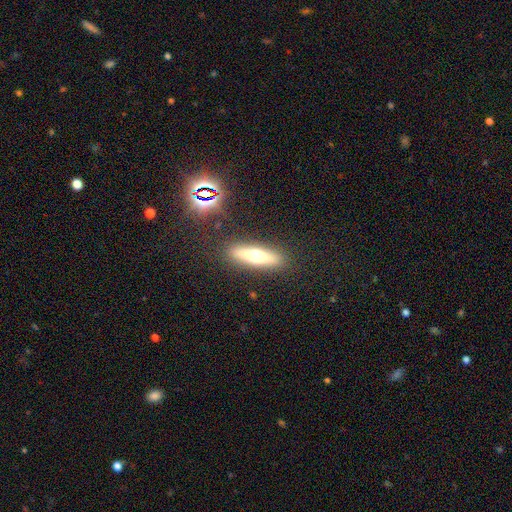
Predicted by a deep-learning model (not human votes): Overall: smooth (49%; featured or disk 42%). Merging: none (87%).